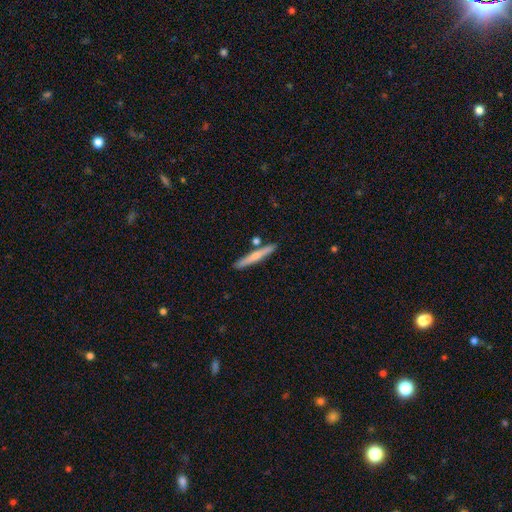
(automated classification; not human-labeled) The model was most divided on "smooth or featured": smooth: 58%, featured or disk: 36%, star or artifact: 6%. More confident: how rounded — cigar-shaped (94%); merging — none (83%).